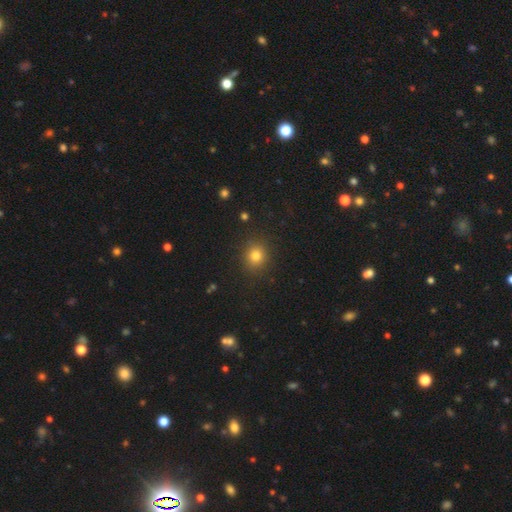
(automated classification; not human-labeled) smooth 79%, star or artifact 15%, featured or disk 6%. Down the decision tree: how rounded — round (85%); merging — none (90%).